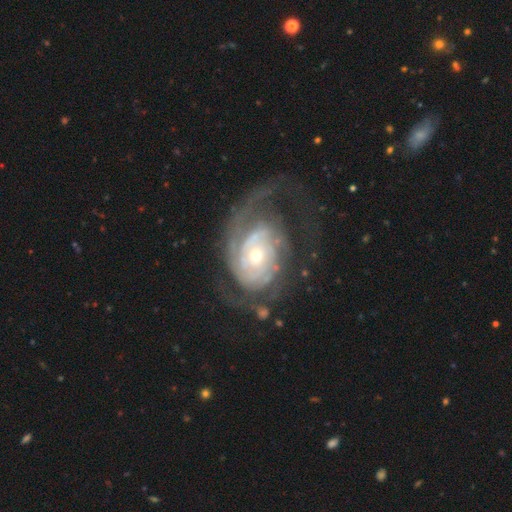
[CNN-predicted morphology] The model was most divided on "spiral arm count": 2: 37%, can't tell: 27%, 3: 13%, 1: 11%, 4: 6%, more than 4: 5%. Remaining: edge-on disk — no (97%); spiral arms — yes (94%); smooth or featured — featured or disk (88%); bar — no (74%); spiral winding — tight (59%); bulge size — small (57%); merging — none (46%).